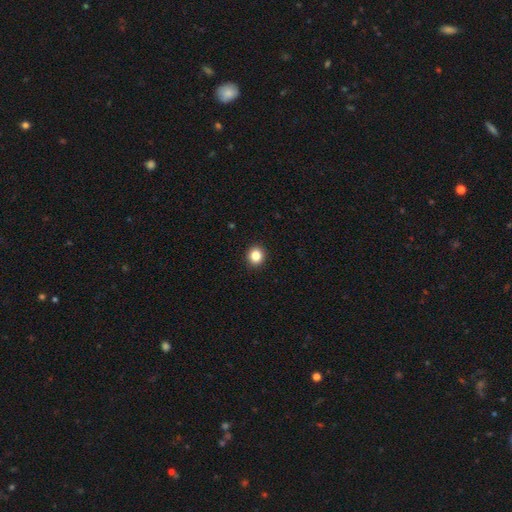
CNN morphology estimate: smooth_or_featured: smooth (p=0.85) [alt: star or artifact p=0.11]
how_rounded: round (p=0.85) [alt: in between p=0.14]
merging: none (p=0.93) [alt: minor disturbance p=0.05]